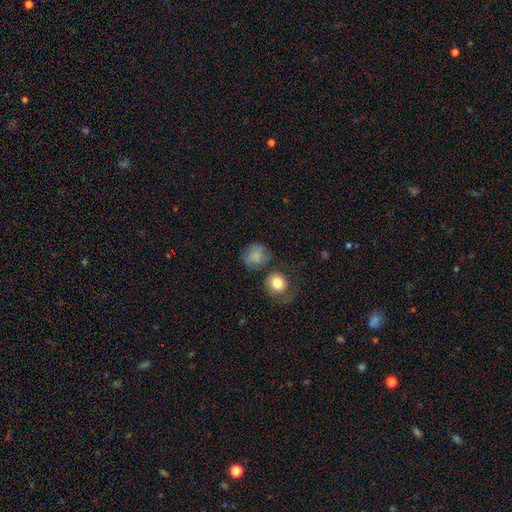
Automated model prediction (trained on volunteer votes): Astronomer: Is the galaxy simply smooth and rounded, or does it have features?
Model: smooth — 80%.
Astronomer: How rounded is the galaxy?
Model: round — 82%.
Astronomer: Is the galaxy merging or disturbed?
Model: none — 60%.